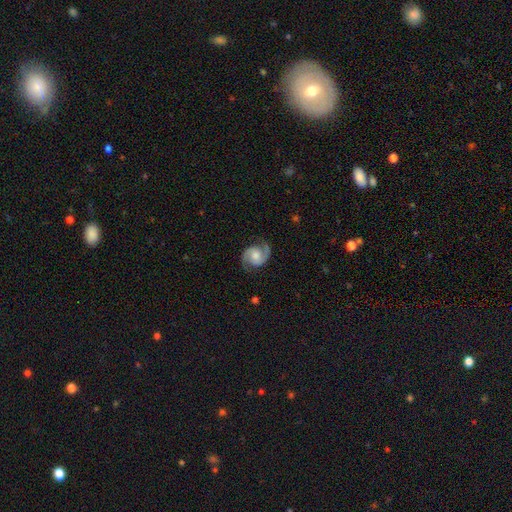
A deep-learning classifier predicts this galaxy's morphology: A featured or disk galaxy (89%) with no bar (59%), 2 (93%) medium (56%) spiral arms (98%) and a moderate central bulge (54%). Merging: none (81%).